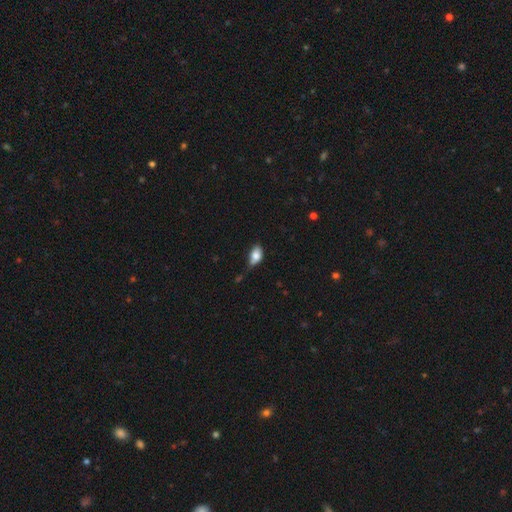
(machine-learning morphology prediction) A smooth galaxy with no disk features (79%) that is in between round and cigar-shaped (88%).

Vote fractions:
- Smooth or featured? smooth: 79% / featured or disk: 13% / star or artifact: 8%
- How rounded? in between: 88% / round: 8% / cigar-shaped: 3%
- Merging? minor disturbance: 41% / none: 39% / major disturbance: 14% / merger: 6%